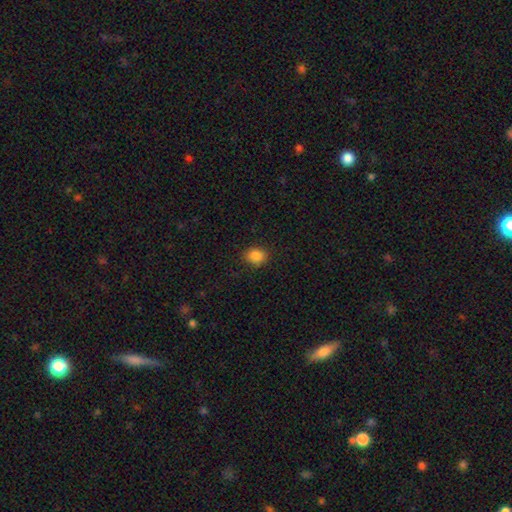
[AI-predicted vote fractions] A smooth galaxy with no disk features (86%) that is round (50%).

Vote fractions:
- Smooth or featured? smooth: 86% / star or artifact: 10% / featured or disk: 4%
- How rounded? round: 50% / in between: 49% / cigar-shaped: 1%
- Merging? none: 85% / minor disturbance: 11% / major disturbance: 3% / merger: 1%